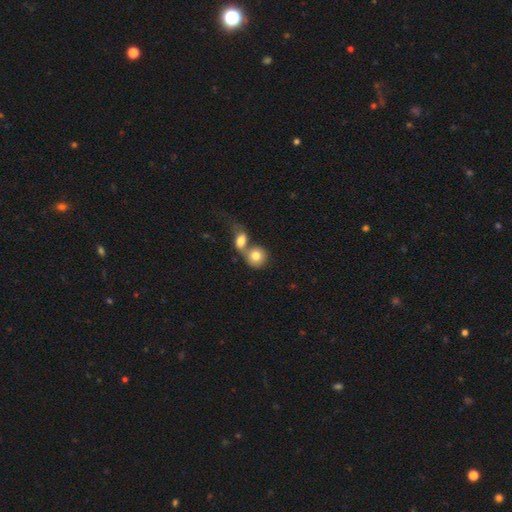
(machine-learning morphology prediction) This is likely a smooth galaxy (76%). How rounded: likely round (75%). Merging: likely merger (63%).